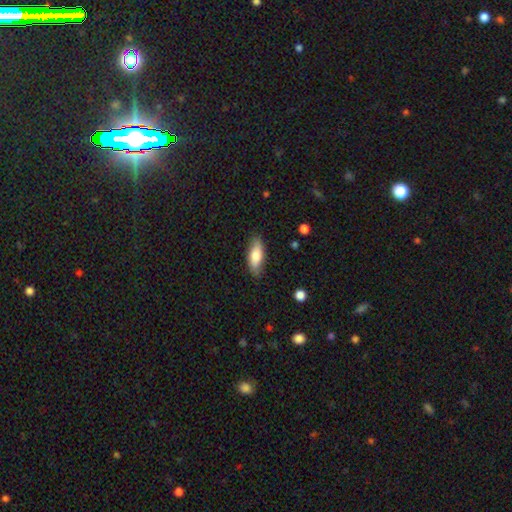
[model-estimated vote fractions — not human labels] Smooth or featured? smooth (76%)
How rounded? in between (71%)
Merging? none (83%)